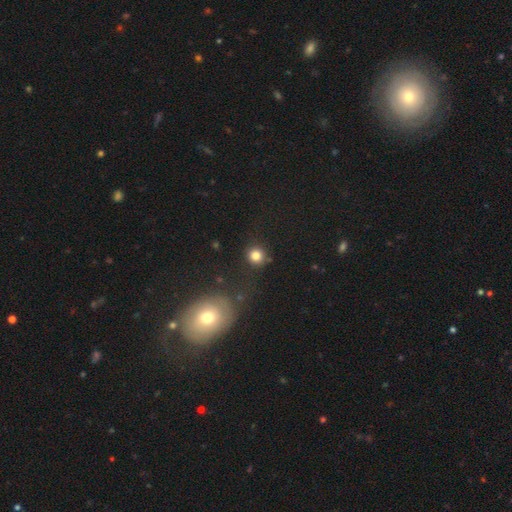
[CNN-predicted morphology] Smooth or featured: smooth — 81% (star or artifact — 13%)
How rounded: round — 91% (in between — 8%)
Merging: none — 86% (minor disturbance — 8%)